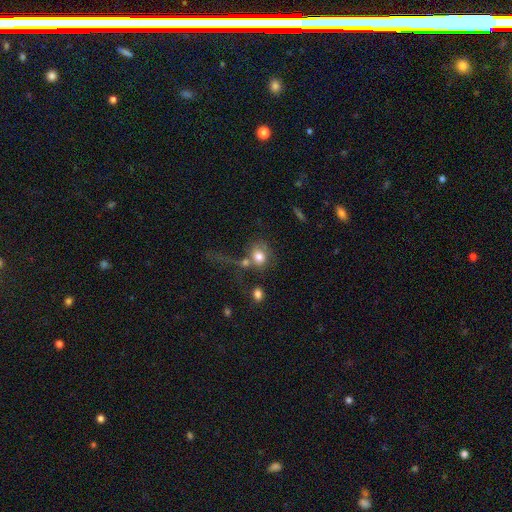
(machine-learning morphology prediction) The model was most divided on "merging": none: 49%, merger: 25%, major disturbance: 13%, minor disturbance: 12%. More confident: how rounded — round (79%); smooth or featured — smooth (61%).